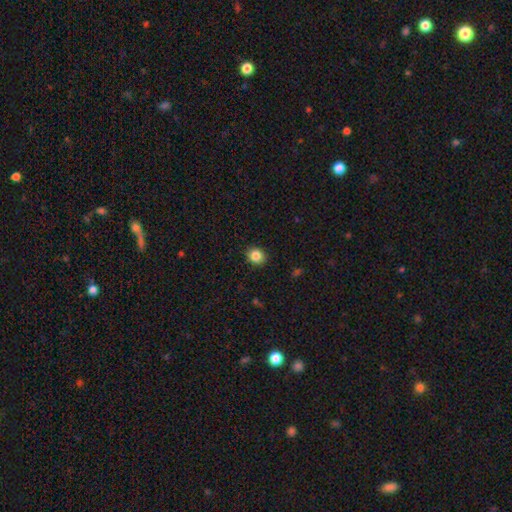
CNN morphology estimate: Smooth or featured: smooth — 85% (star or artifact — 10%)
How rounded: round — 79% (in between — 20%)
Merging: none — 90% (minor disturbance — 8%)